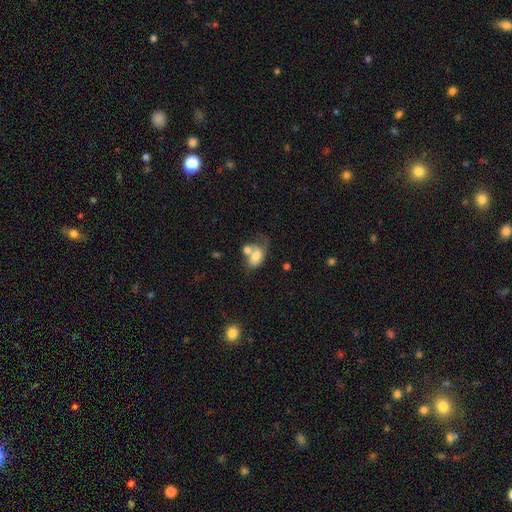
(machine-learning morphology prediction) Smooth or featured: smooth — 67% (featured or disk — 25%)
How rounded: in between — 82% (round — 16%)
Merging: merger — 51% (none — 21%)